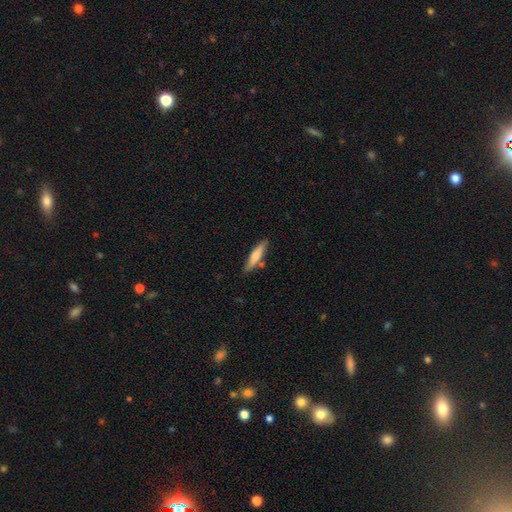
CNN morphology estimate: Smooth or featured? Predicted: smooth (p=0.69). How rounded? Predicted: cigar-shaped (p=0.81). Merging? Predicted: none (p=0.78).